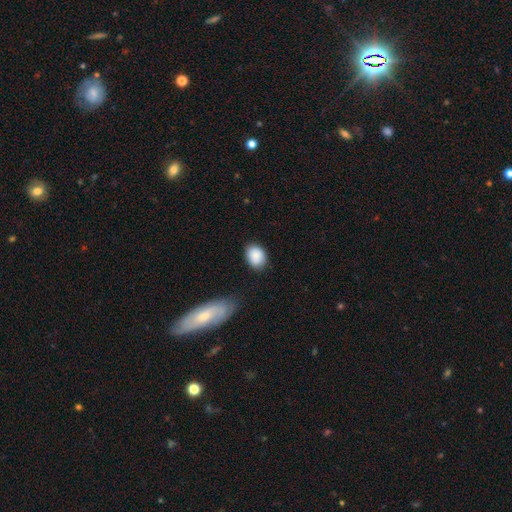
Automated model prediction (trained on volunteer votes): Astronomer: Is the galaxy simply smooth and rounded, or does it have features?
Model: smooth — 88%.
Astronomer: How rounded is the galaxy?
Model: in between — 67%.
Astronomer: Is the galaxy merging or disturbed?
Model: none — 80%.